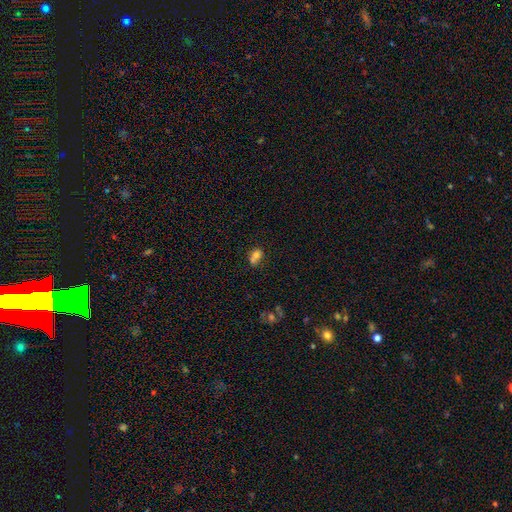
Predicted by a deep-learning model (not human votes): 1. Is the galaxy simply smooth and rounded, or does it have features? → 71% smooth, 16% featured or disk, 13% star or artifact.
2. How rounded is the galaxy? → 52% in between, 46% round, 2% cigar-shaped.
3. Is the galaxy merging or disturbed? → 53% merger, 29% none, 12% minor disturbance, 6% major disturbance.